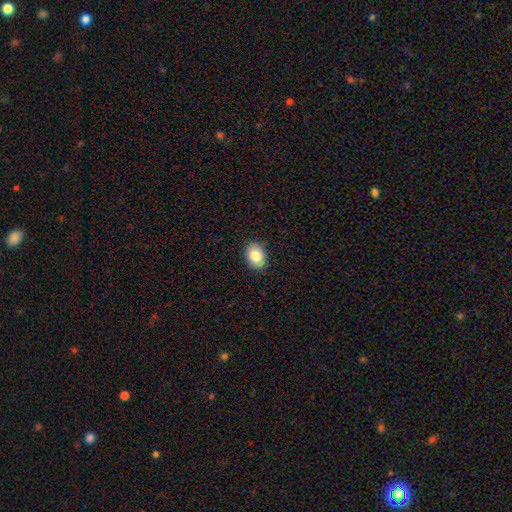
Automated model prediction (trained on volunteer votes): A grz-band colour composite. It shows a smooth galaxy with no disk features (85%) that is in between round and cigar-shaped (73%). Merging: none (87%).